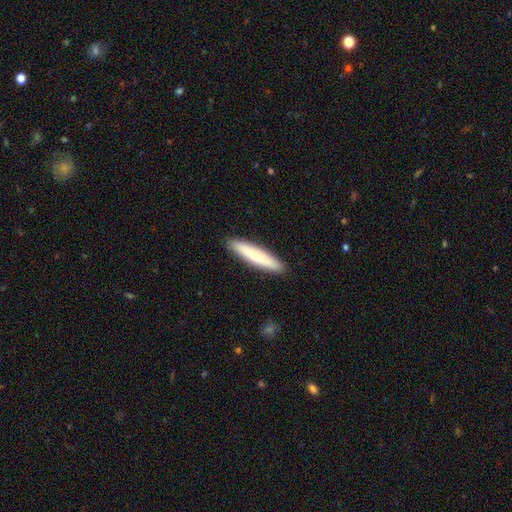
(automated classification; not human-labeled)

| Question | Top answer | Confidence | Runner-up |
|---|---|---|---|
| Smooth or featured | smooth | 78% | featured or disk (17%) |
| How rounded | cigar-shaped | 91% | in between (8%) |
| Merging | none | 91% | minor disturbance (6%) |